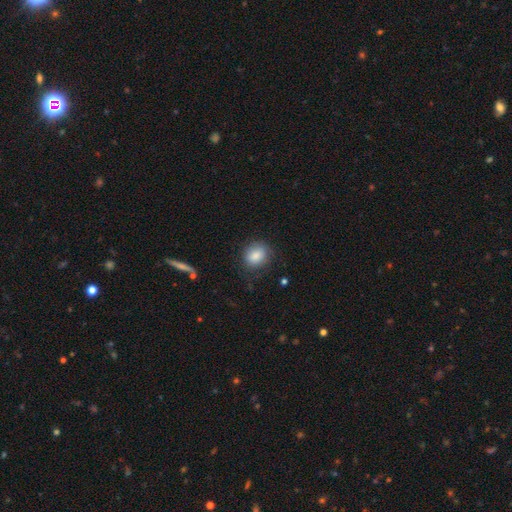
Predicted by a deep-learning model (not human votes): A smooth galaxy with no disk features (85%) that is round (62%).

Vote fractions:
- Smooth or featured? smooth: 85% / star or artifact: 8% / featured or disk: 7%
- How rounded? round: 62% / in between: 36% / cigar-shaped: 1%
- Merging? none: 76% / minor disturbance: 17% / major disturbance: 6% / merger: 1%